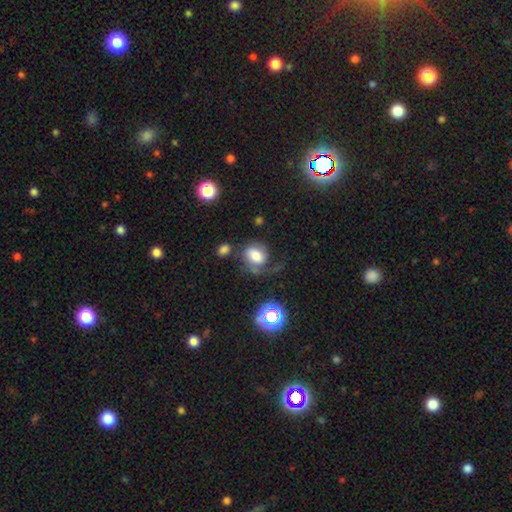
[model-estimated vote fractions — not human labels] Overall: smooth (45%; featured or disk 43%). Merging: none (43%; major disturbance 28%).